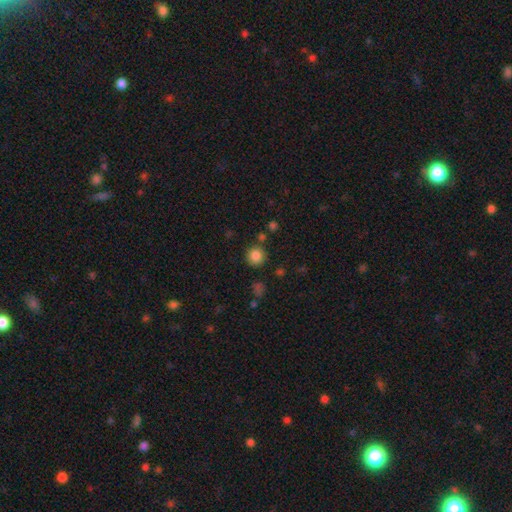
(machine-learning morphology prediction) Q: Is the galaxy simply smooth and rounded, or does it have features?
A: smooth — 84%.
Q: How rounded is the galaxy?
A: round — 93%.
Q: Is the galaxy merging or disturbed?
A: none — 83%.